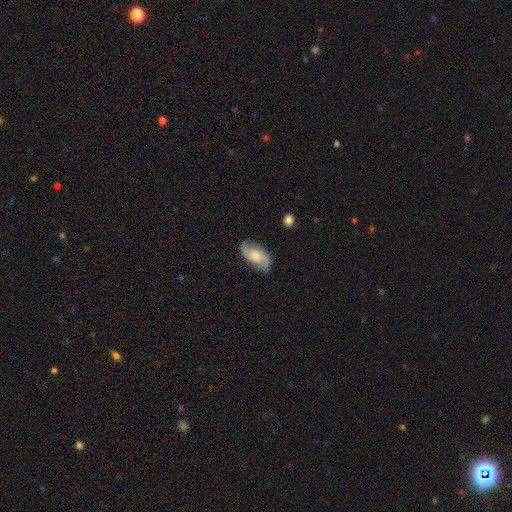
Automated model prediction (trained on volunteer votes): Smooth or featured? Predicted: featured or disk (p=0.72). Edge-on disk? Predicted: no (p=0.96). Bar? Predicted: no (p=0.63). Spiral arms? Predicted: yes (p=0.95). Spiral winding? Predicted: medium (p=0.47). Spiral arm count? Predicted: 2 (p=0.90). Bulge size? Predicted: small (p=0.44). Merging? Predicted: none (p=0.79).